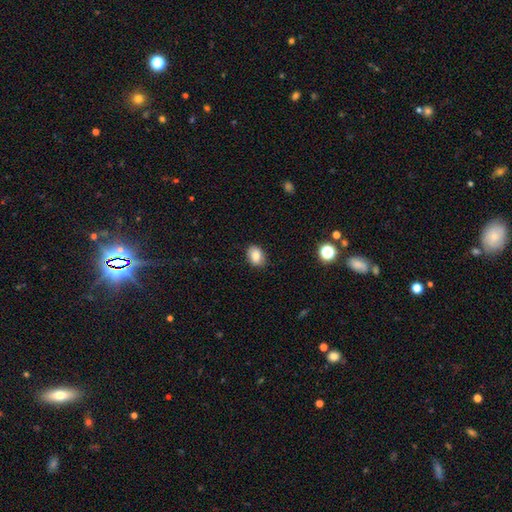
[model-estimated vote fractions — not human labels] Smooth or featured?
  - smooth: 85% *
  - star or artifact: 9%
  - featured or disk: 6%
How rounded?
  - in between: 74% *
  - round: 25%
  - cigar-shaped: 1%
Merging?
  - none: 86% *
  - minor disturbance: 11%
  - major disturbance: 2%
  - merger: 1%